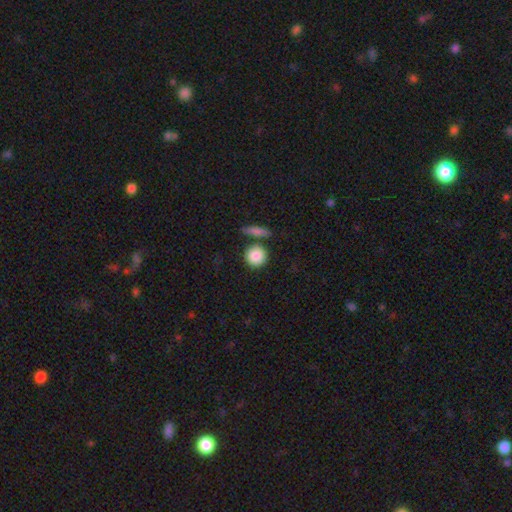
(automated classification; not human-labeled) Smooth or featured? smooth (85%)
How rounded? round (90%)
Merging? none (73%)